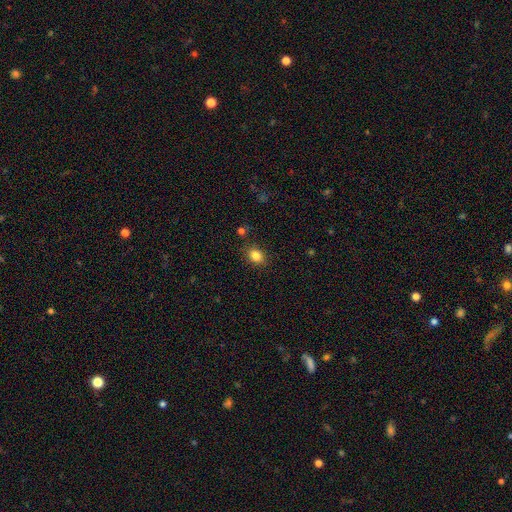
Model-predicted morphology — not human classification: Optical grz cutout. It shows a smooth galaxy with no disk features (84%) that is in between round and cigar-shaped (54%). Merging: none (84%).